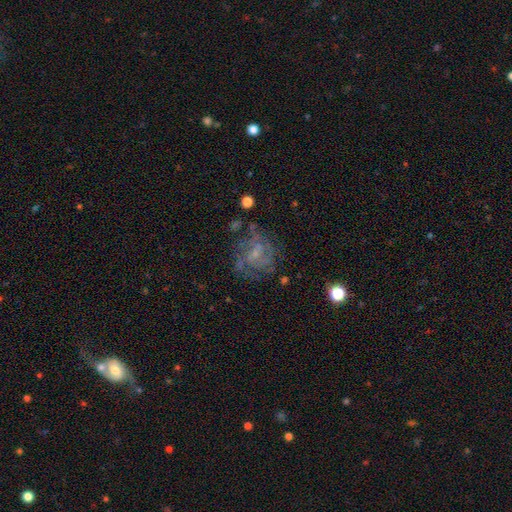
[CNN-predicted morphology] Smooth or featured? Predicted: featured or disk (p=0.73). Edge-on disk? Predicted: no (p=0.98). Bar? Predicted: no (p=0.54). Spiral arms? Predicted: yes (p=0.80). Spiral winding? Predicted: tight (p=0.44). Spiral arm count? Predicted: can't tell (p=0.41). Bulge size? Predicted: small (p=0.62). Merging? Predicted: none (p=0.64).